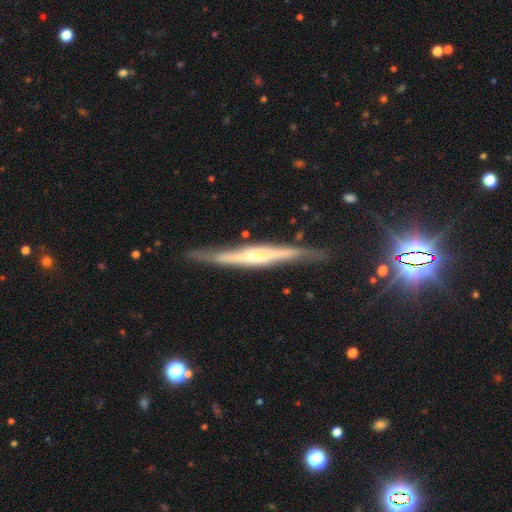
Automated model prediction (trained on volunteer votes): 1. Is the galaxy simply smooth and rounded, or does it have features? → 73% featured or disk, 21% smooth, 6% star or artifact.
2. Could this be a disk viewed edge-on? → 95% yes, 5% no.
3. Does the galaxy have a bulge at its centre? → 52% rounded, 25% boxy, 23% none.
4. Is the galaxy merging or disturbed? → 80% none, 15% minor disturbance, 3% major disturbance, 2% merger.